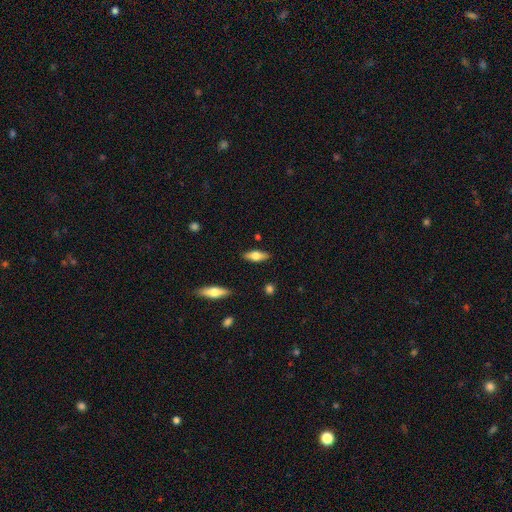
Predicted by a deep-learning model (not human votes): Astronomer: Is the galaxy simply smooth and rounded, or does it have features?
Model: smooth — 59% (runner-up: featured or disk, 35%).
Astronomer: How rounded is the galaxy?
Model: in between — 67%.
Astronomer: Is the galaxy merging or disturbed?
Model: none — 87%.